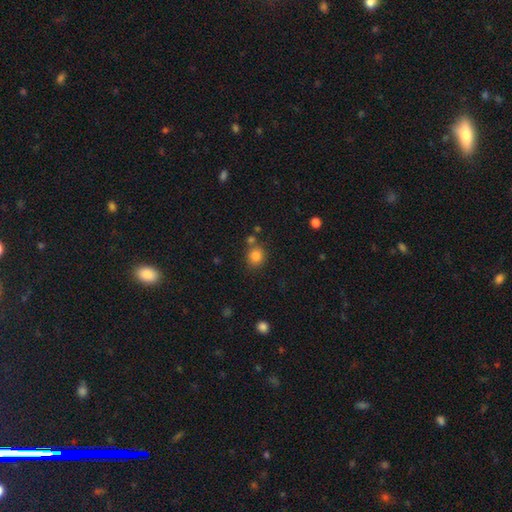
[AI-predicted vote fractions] Smooth or featured? Predicted: smooth (p=0.82). How rounded? Predicted: round (p=0.76). Merging? Predicted: none (p=0.71).